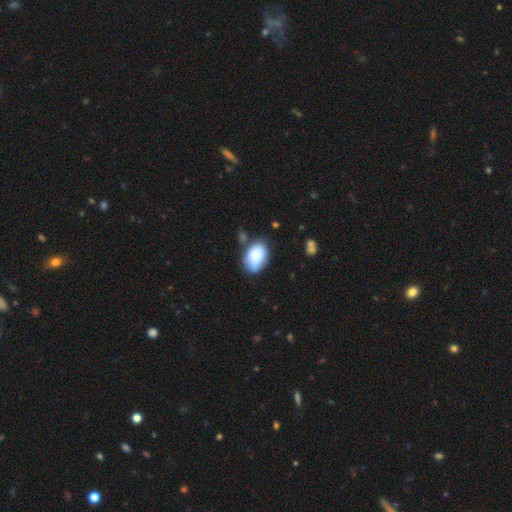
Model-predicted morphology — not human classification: Smooth or featured?
  - smooth: 85% *
  - featured or disk: 9%
  - star or artifact: 7%
How rounded?
  - in between: 88% *
  - round: 11%
  - cigar-shaped: 1%
Merging?
  - none: 63% *
  - minor disturbance: 23%
  - merger: 8%
  - major disturbance: 6%